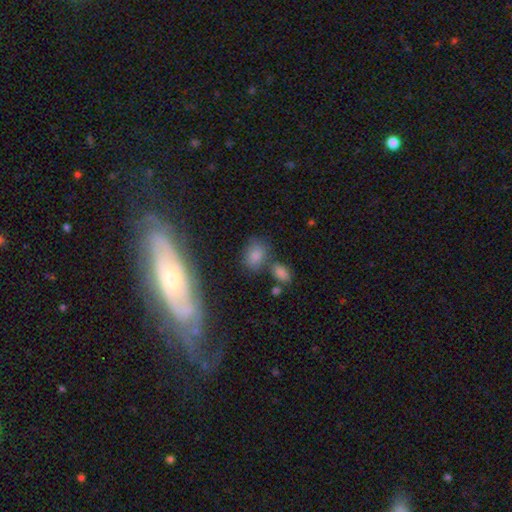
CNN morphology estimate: A smooth galaxy with no disk features (77%) that is in between round and cigar-shaped (66%). Merging: none (60%).